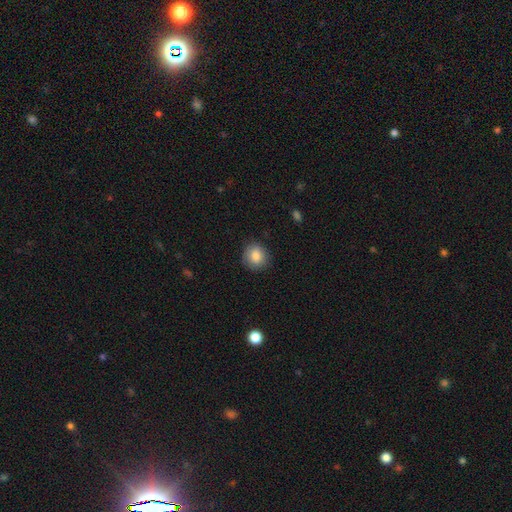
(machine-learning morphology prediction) A smooth galaxy with no disk features (85%) that is round (83%). Merging: none (86%).